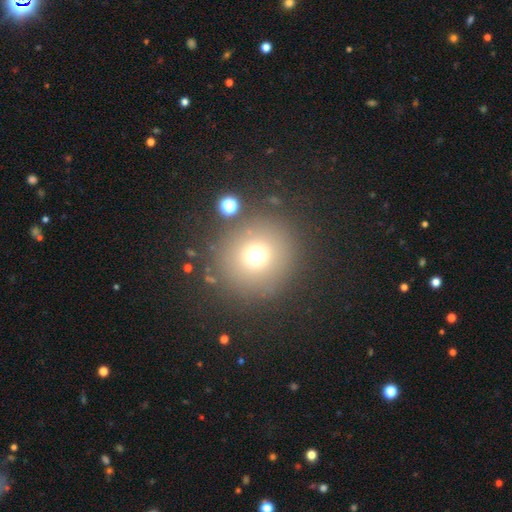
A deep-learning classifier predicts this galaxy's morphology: Q: Smooth or featured?
A: smooth (69%); runner-up: star or artifact (21%)
Q: How rounded?
A: round (92%); runner-up: in between (7%)
Q: Merging?
A: none (83%); runner-up: minor disturbance (8%)